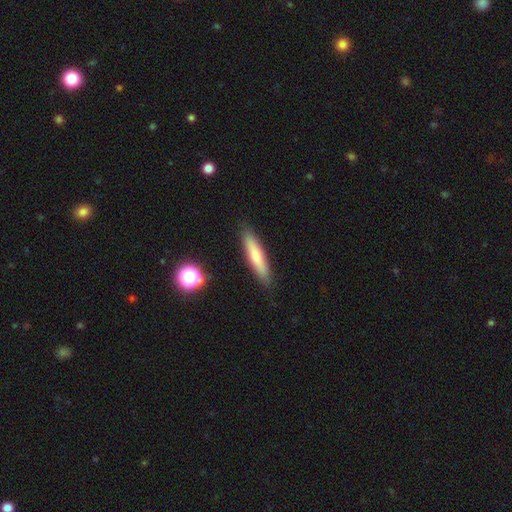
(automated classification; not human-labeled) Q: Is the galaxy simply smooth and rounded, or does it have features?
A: smooth — 63%.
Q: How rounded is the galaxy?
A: cigar-shaped — 86%.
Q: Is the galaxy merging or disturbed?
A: none — 89%.